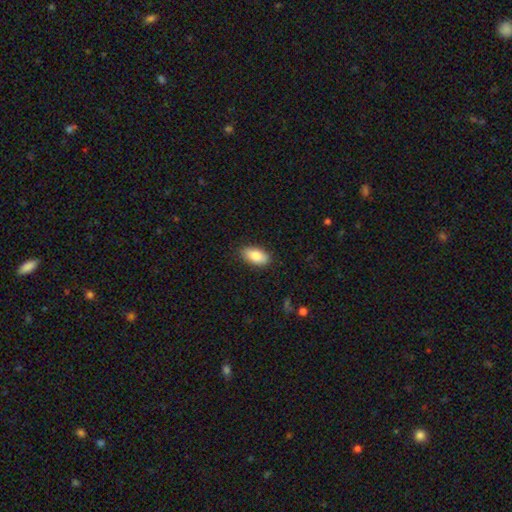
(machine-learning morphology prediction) Smooth or featured? Predicted: smooth (p=0.87). How rounded? Predicted: in between (p=0.92). Merging? Predicted: none (p=0.85).